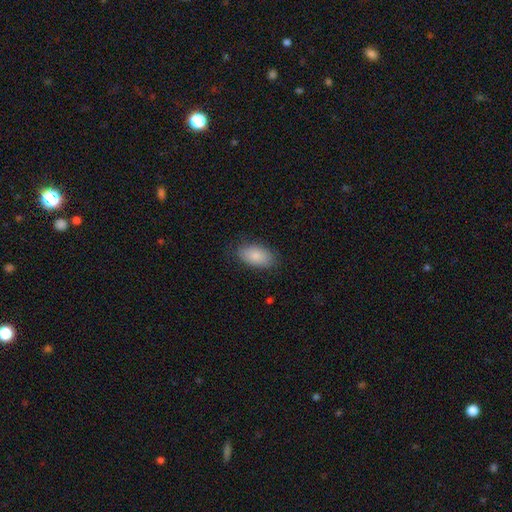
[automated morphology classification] smooth-or-featured: smooth: 85% | featured or disk: 9% | star or artifact: 7%
  how-rounded: in between: 94% | round: 5% | cigar-shaped: 2%
  merging: none: 82% | minor disturbance: 14% | major disturbance: 3% | merger: 1%